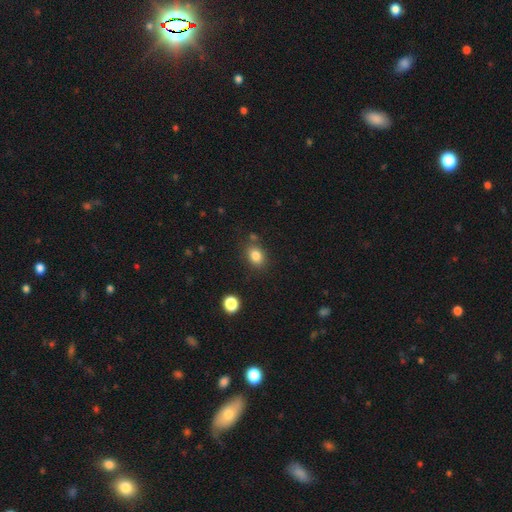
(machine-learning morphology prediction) Q: Smooth or featured?
A: smooth (83%); runner-up: star or artifact (11%)
Q: How rounded?
A: in between (56%); runner-up: round (43%)
Q: Merging?
A: none (77%); runner-up: minor disturbance (13%)